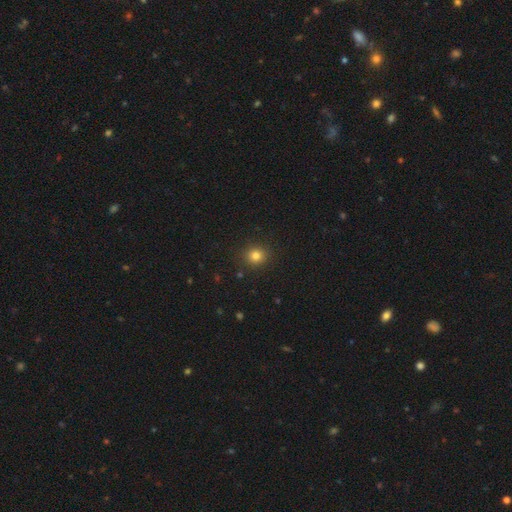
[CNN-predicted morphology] The model was most divided on "smooth or featured": smooth: 81%, star or artifact: 13%, featured or disk: 6%. More confident: merging — none (90%); how rounded — round (85%).